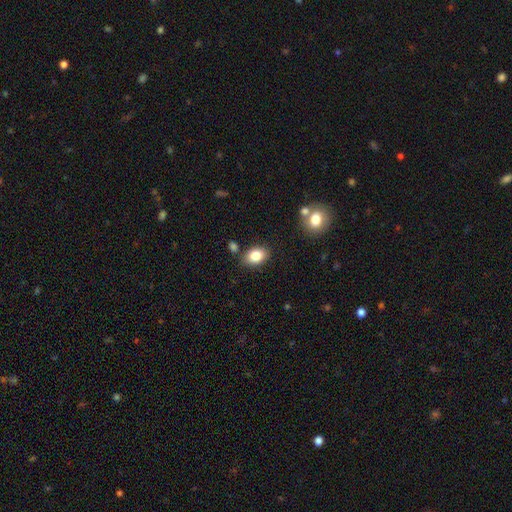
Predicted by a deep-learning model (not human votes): Smooth or featured?
  - smooth: 83% *
  - star or artifact: 9%
  - featured or disk: 9%
How rounded?
  - in between: 80% *
  - round: 18%
  - cigar-shaped: 1%
Merging?
  - none: 81% *
  - minor disturbance: 11%
  - merger: 5%
  - major disturbance: 3%